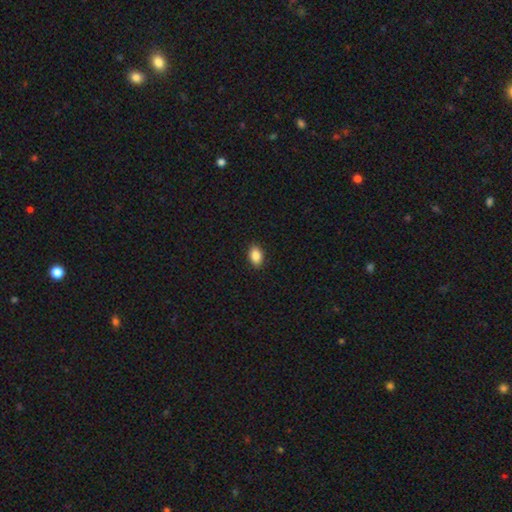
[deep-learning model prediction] The model was most divided on "how rounded": in between: 88%, round: 11%, cigar-shaped: 2%. More confident: merging — none (90%); smooth or featured — smooth (86%).